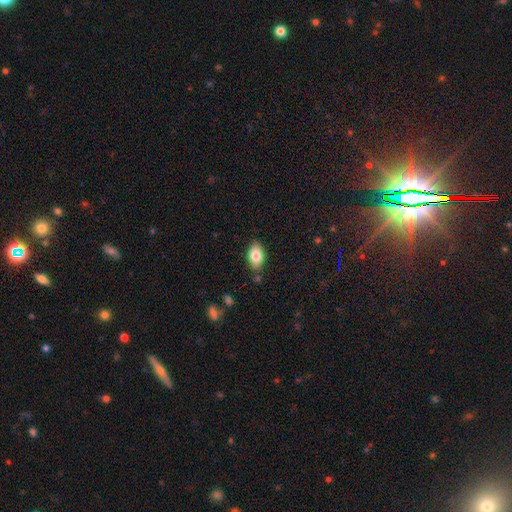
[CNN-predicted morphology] smooth-or-featured: smooth: 81% | featured or disk: 11% | star or artifact: 7%
  how-rounded: in between: 91% | round: 7% | cigar-shaped: 2%
  merging: none: 81% | minor disturbance: 14% | merger: 3% | major disturbance: 3%